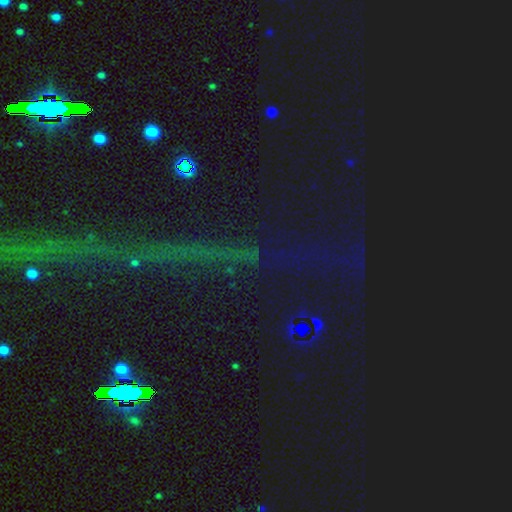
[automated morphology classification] Overall: star or artifact (80%).